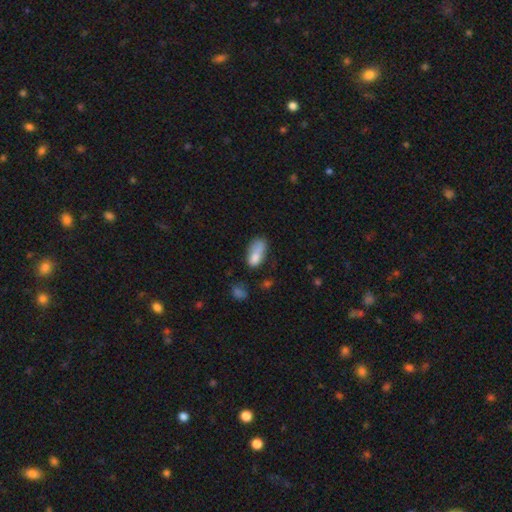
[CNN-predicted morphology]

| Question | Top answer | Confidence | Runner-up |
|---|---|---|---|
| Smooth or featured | smooth | 77% | featured or disk (14%) |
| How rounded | in between | 86% | cigar-shaped (10%) |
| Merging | none | 36% | minor disturbance (31%) |